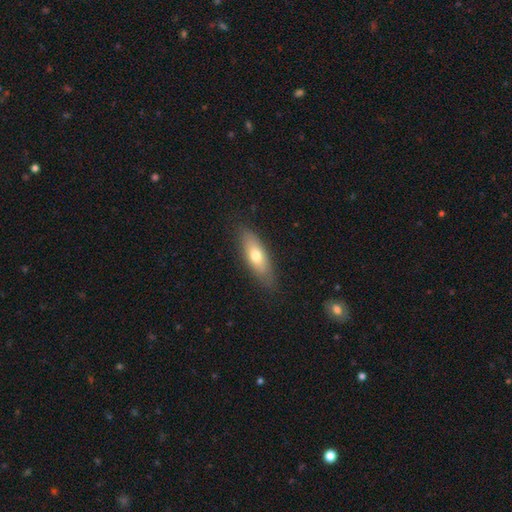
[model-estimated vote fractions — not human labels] smooth_or_featured: smooth (p=0.65) [alt: featured or disk p=0.28]
how_rounded: in between (p=0.59) [alt: cigar-shaped p=0.38]
merging: none (p=0.82) [alt: minor disturbance p=0.14]